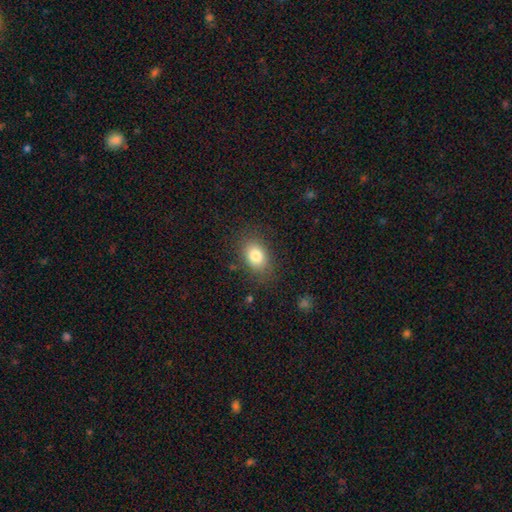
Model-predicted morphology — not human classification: Smooth or featured: smooth — 82% (featured or disk — 9%)
How rounded: in between — 78% (round — 21%)
Merging: none — 81% (minor disturbance — 13%)